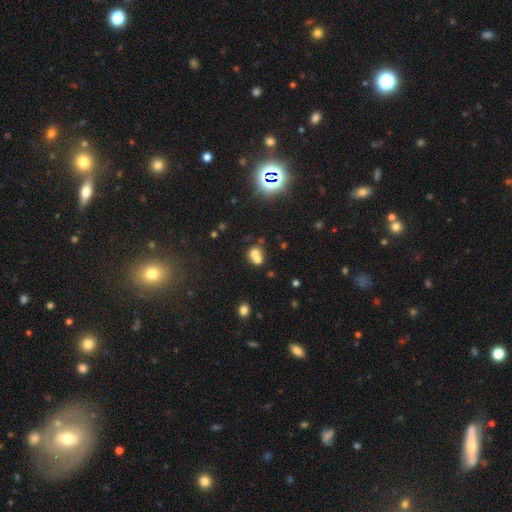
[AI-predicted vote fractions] Morphology: type=smooth (62%); roundness=round (66%); merging=merger (64%).